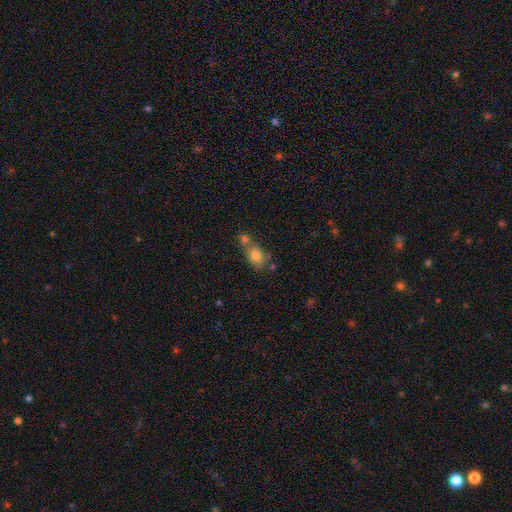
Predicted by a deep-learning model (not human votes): Morphology: type=smooth (77%); roundness=in between (67%); merging=merger (45%).